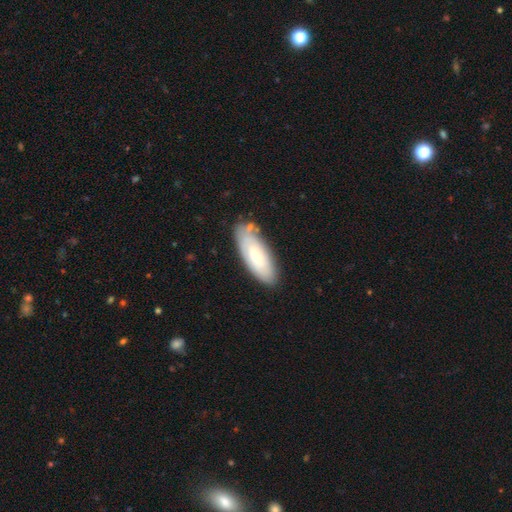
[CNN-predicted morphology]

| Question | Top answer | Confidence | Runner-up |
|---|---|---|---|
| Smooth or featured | smooth | 65% | featured or disk (28%) |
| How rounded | in between | 76% | cigar-shaped (22%) |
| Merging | none | 76% | minor disturbance (17%) |